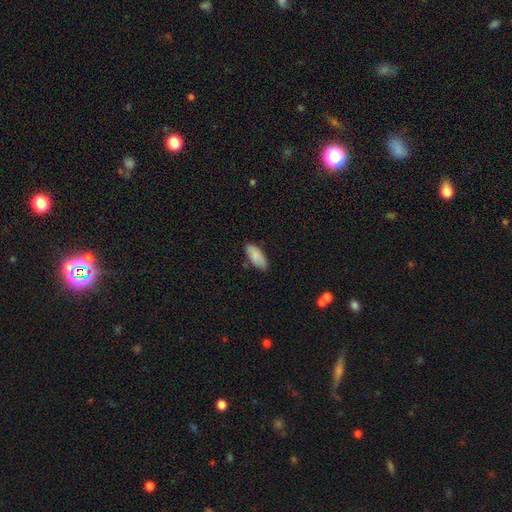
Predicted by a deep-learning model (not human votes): Morphology: type=smooth (86%); roundness=in between (83%); merging=none (79%).